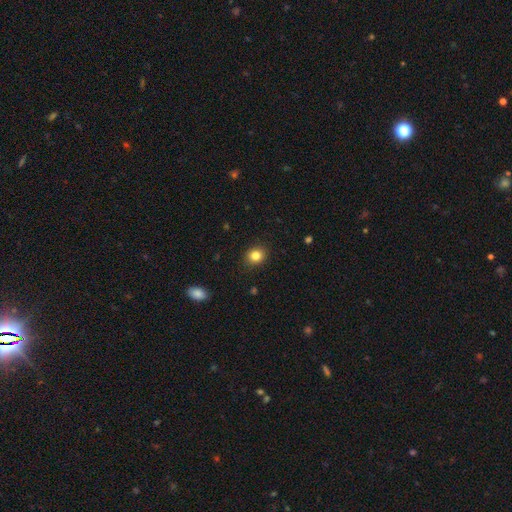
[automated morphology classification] This appears to be a smooth galaxy with no disk features (83%) that is round (69%). Merging: none (90%).